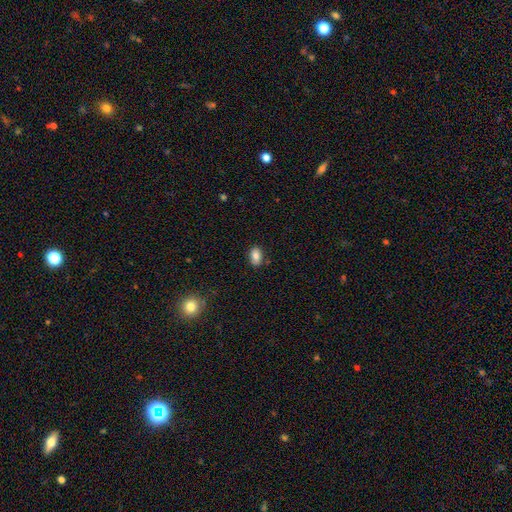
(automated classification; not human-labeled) Smooth or featured? Predicted: smooth (p=0.81). How rounded? Predicted: in between (p=0.86). Merging? Predicted: none (p=0.83).